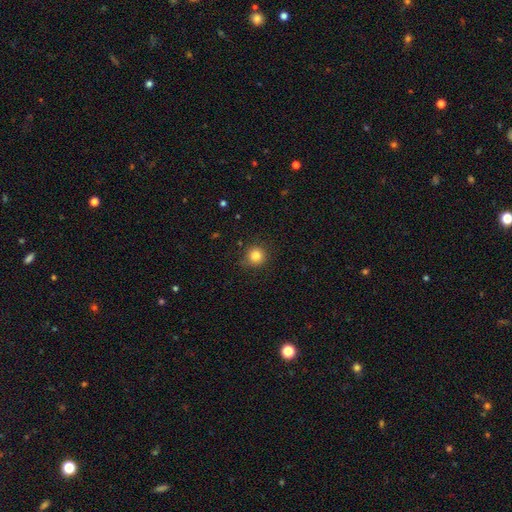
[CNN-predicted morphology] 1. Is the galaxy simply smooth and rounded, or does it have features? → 84% smooth, 11% star or artifact, 5% featured or disk.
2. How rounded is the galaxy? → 92% round, 7% in between, 1% cigar-shaped.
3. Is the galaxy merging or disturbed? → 85% none, 11% minor disturbance, 3% major disturbance, 1% merger.